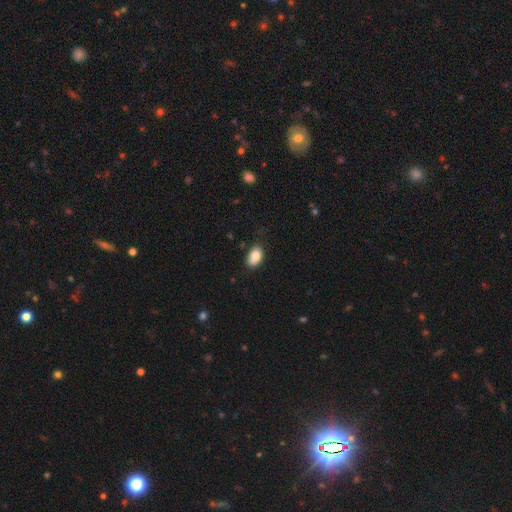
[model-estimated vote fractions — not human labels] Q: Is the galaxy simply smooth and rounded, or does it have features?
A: smooth — 80%.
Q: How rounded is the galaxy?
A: in between — 89%.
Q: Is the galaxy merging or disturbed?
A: none — 70%.